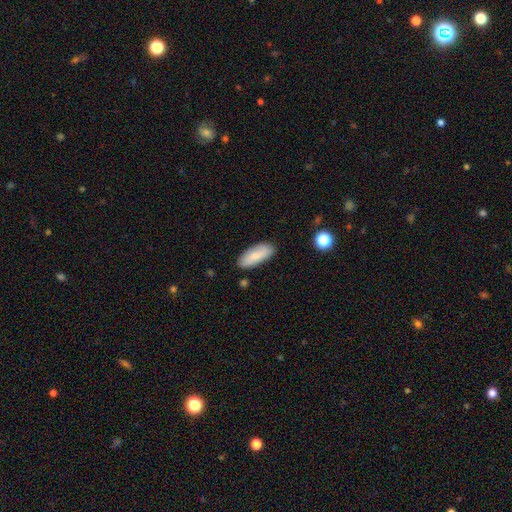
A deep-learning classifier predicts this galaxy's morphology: smooth_or_featured: smooth (p=0.77) [alt: featured or disk p=0.17]
how_rounded: in between (p=0.79) [alt: cigar-shaped p=0.19]
merging: none (p=0.84) [alt: minor disturbance p=0.12]